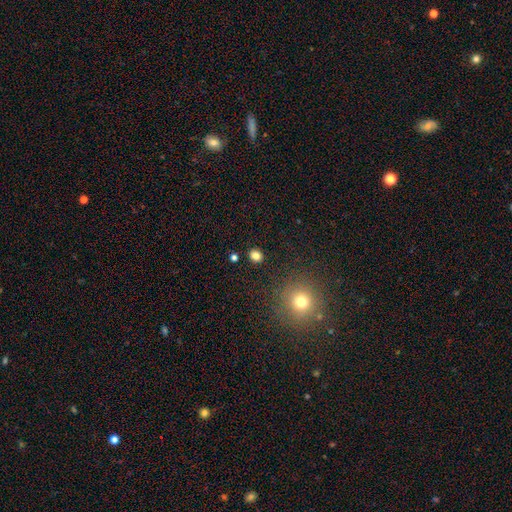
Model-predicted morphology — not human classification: smooth-or-featured: smooth: 81% | star or artifact: 14% | featured or disk: 5%
  how-rounded: round: 70% | in between: 29% | cigar-shaped: 1%
  merging: none: 87% | minor disturbance: 7% | merger: 3% | major disturbance: 3%